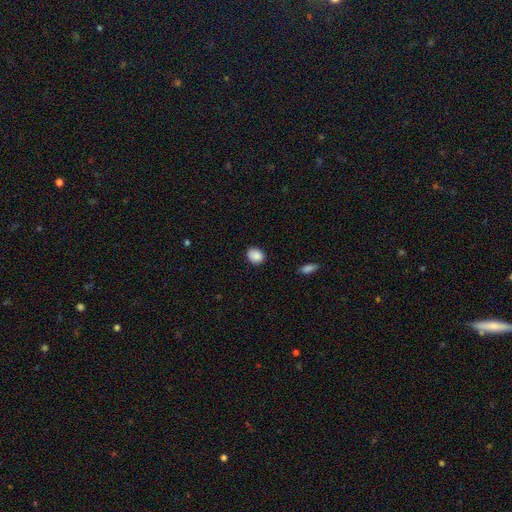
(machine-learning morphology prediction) A smooth galaxy with no disk features (88%) that is round (61%). Merging: none (86%).